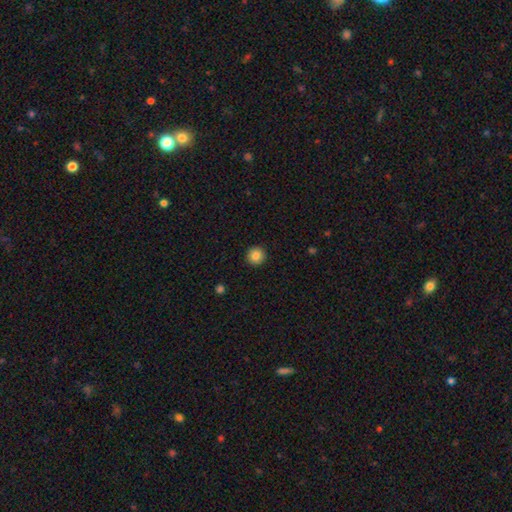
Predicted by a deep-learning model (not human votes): A smooth galaxy with no disk features (86%) that is round (95%). Merging: none (93%).